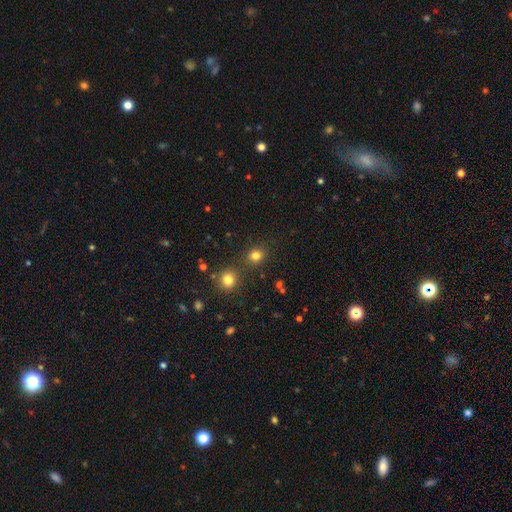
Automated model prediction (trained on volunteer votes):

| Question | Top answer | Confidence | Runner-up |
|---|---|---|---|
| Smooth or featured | smooth | 80% | star or artifact (15%) |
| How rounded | round | 83% | in between (16%) |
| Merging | none | 80% | merger (9%) |